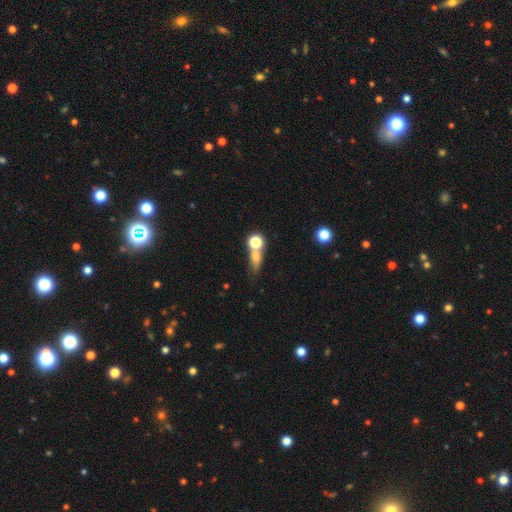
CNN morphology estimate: Overall: smooth (65%). How rounded: in between (41%; round 39%). Merging: none (43%; merger 36%).